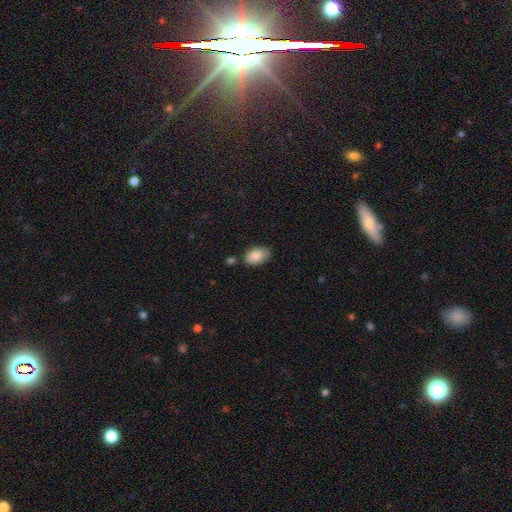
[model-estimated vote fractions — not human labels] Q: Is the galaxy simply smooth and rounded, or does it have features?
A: smooth — 87%.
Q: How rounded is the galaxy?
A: in between — 92%.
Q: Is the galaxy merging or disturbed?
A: none — 73%.